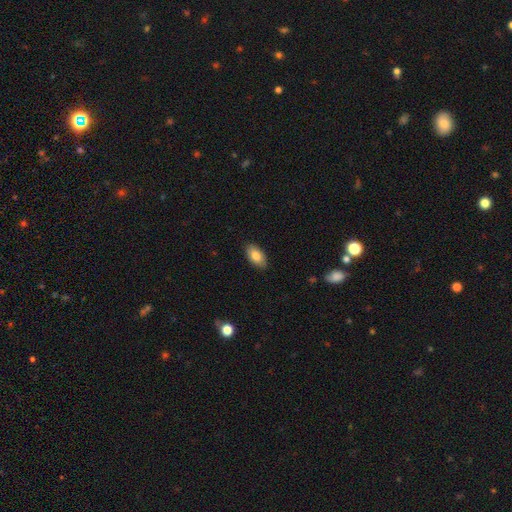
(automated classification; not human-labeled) This is clearly a smooth galaxy (82%). How rounded: clearly in between (94%). Merging: clearly none (88%).